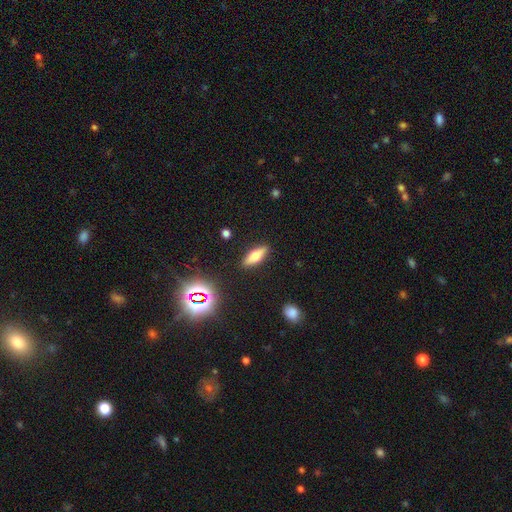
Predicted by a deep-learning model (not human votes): smooth 56%, featured or disk 33%, star or artifact 11%. Down the decision tree: how rounded — in between (54%); merging — none (88%).